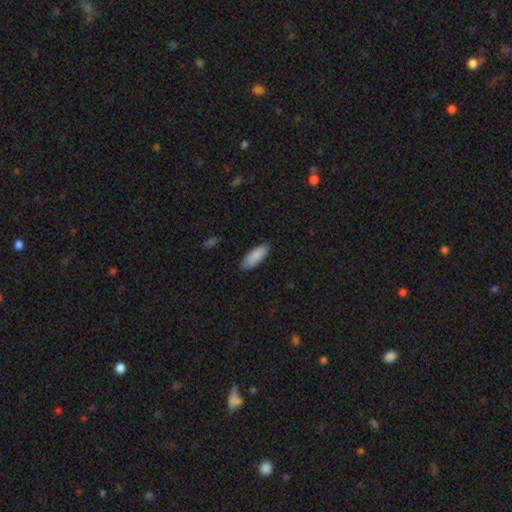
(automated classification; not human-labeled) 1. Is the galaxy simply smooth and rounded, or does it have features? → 89% smooth, 6% star or artifact, 5% featured or disk.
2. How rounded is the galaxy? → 67% in between, 32% cigar-shaped, 2% round.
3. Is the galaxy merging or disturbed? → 87% none, 10% minor disturbance, 2% major disturbance, 1% merger.